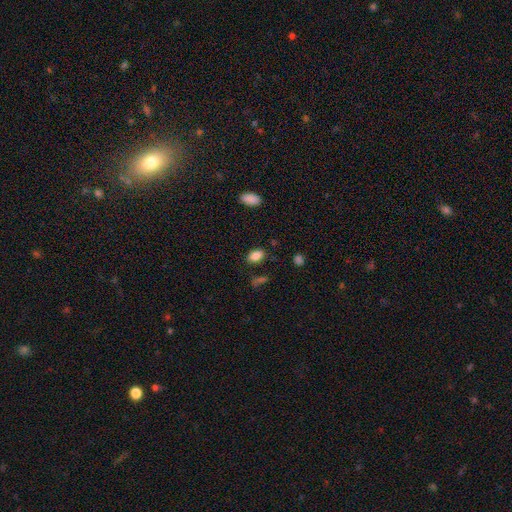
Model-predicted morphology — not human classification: Smooth or featured: smooth — 86% (star or artifact — 9%)
How rounded: in between — 88% (round — 10%)
Merging: none — 83% (minor disturbance — 11%)